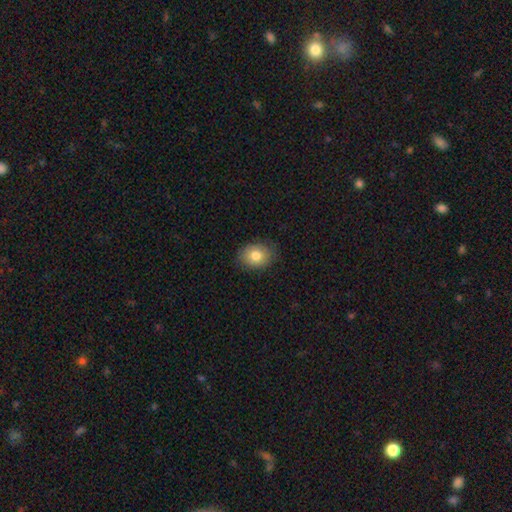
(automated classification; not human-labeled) A smooth galaxy with no disk features (80%) that is in between round and cigar-shaped (60%). Merging: none (85%).